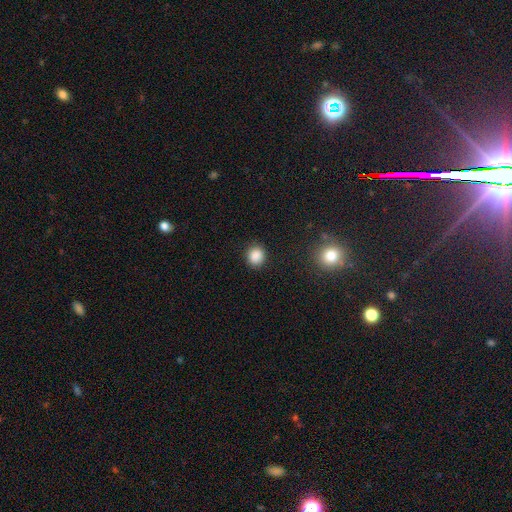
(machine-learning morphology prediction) type=smooth (87%); roundness=round (79%); merging=none (88%).